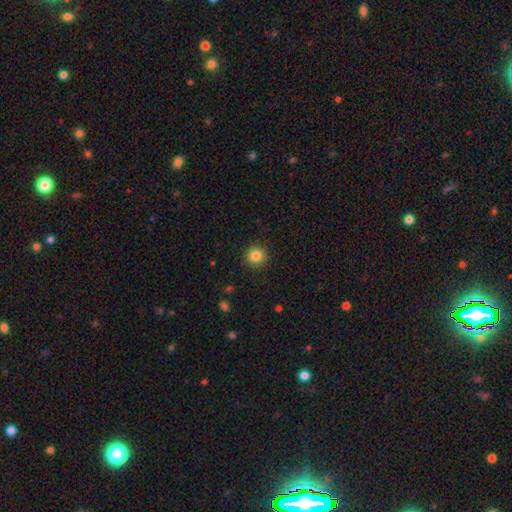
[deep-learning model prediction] Morphology: type=smooth (84%); roundness=round (94%); merging=none (92%).